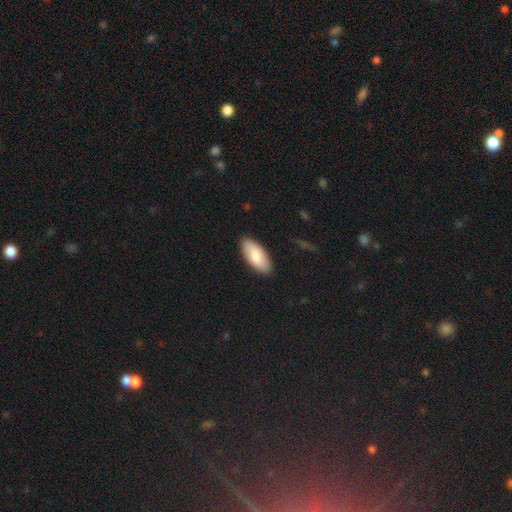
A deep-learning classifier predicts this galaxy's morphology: type=smooth (83%); roundness=in between (90%); merging=none (88%).